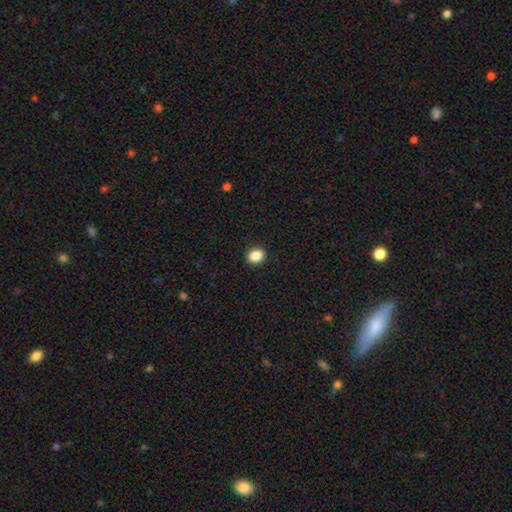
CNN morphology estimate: Q: Smooth or featured?
A: smooth (87%); runner-up: star or artifact (10%)
Q: How rounded?
A: round (60%); runner-up: in between (39%)
Q: Merging?
A: none (92%); runner-up: minor disturbance (6%)